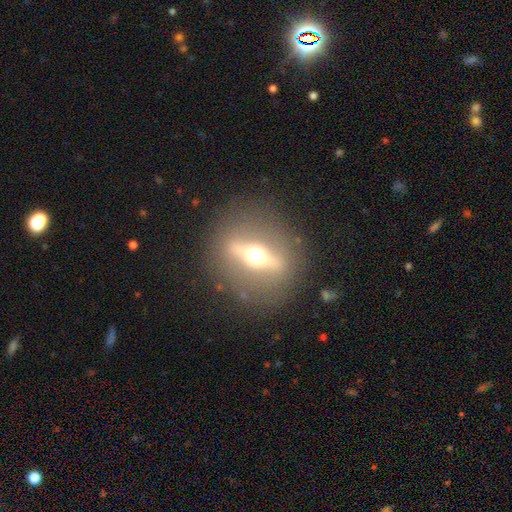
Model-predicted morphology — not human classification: smooth-or-featured: featured or disk: 78% | smooth: 14% | star or artifact: 7%
  disk-edge-on: yes: 72% | no: 28%
    edge-on-bulge: rounded: 96% | boxy: 3% | none: 1%
  merging: none: 85% | minor disturbance: 8% | major disturbance: 5% | merger: 1%